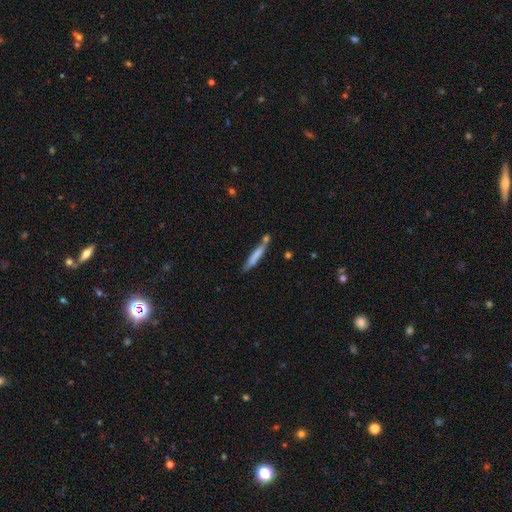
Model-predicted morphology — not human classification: type=smooth (68%); roundness=cigar-shaped (94%); merging=none (66%).